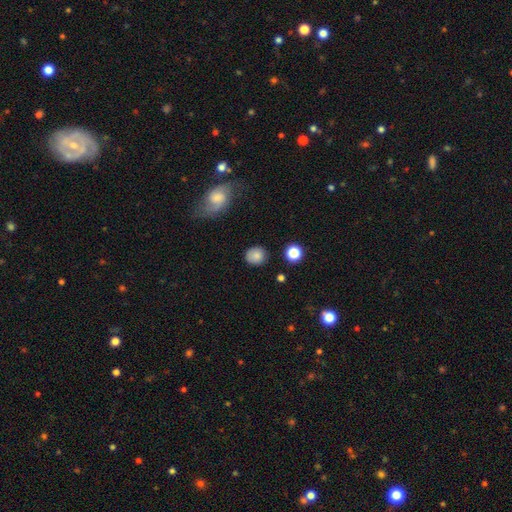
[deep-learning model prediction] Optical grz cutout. It shows a smooth galaxy with no disk features (82%) that is round (84%). Merging: none (84%).